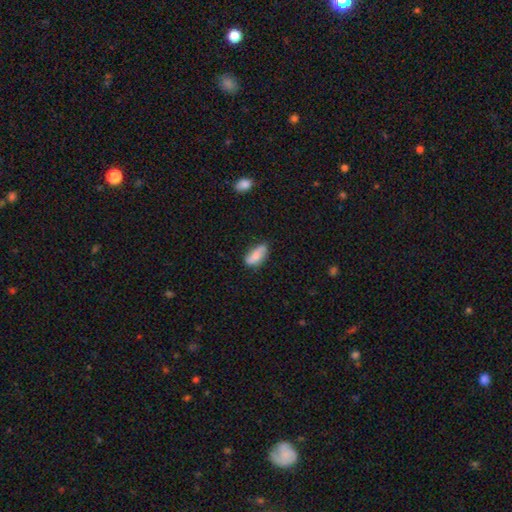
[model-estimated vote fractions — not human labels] Overall: smooth (66%; featured or disk 27%). How rounded: in between (83%). Merging: none (70%).